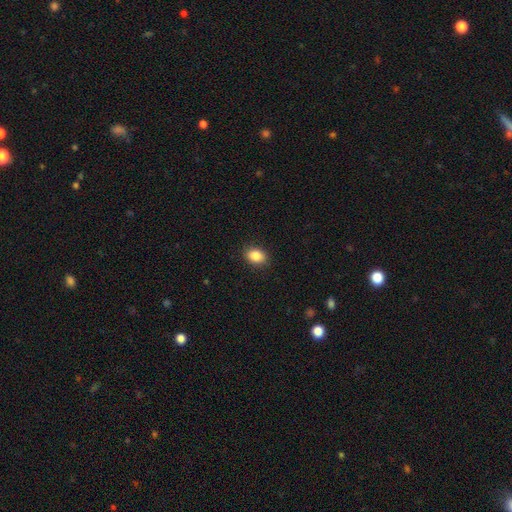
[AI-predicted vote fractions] This is clearly a smooth galaxy (87%). How rounded: likely in between (74%). Merging: clearly none (89%).